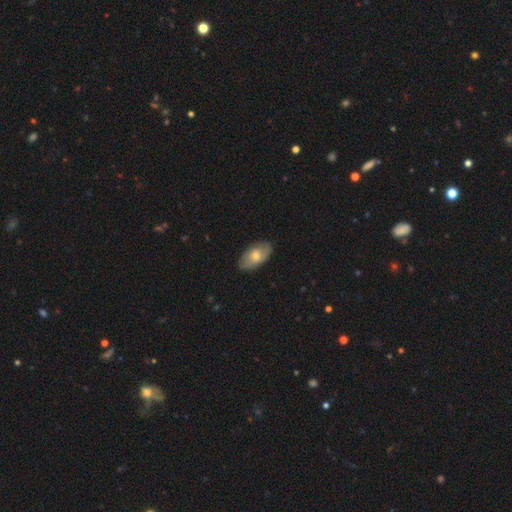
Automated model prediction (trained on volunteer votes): Smooth or featured?
  - smooth: 64% *
  - featured or disk: 30%
  - star or artifact: 6%
How rounded?
  - in between: 93% *
  - round: 4%
  - cigar-shaped: 3%
Merging?
  - none: 85% *
  - minor disturbance: 12%
  - major disturbance: 2%
  - merger: 1%